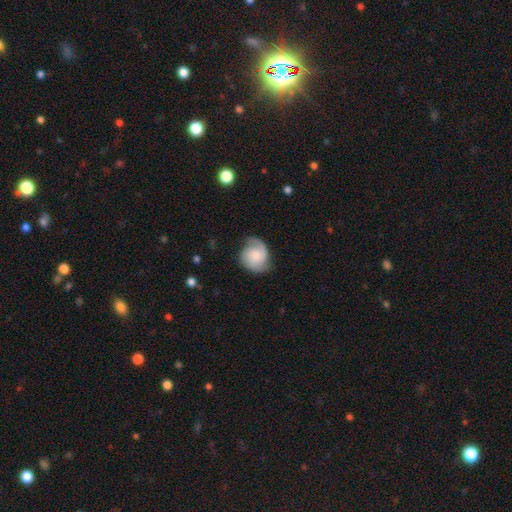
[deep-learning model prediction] This appears to be a featured or disk galaxy (49%). Merging: none (60%).